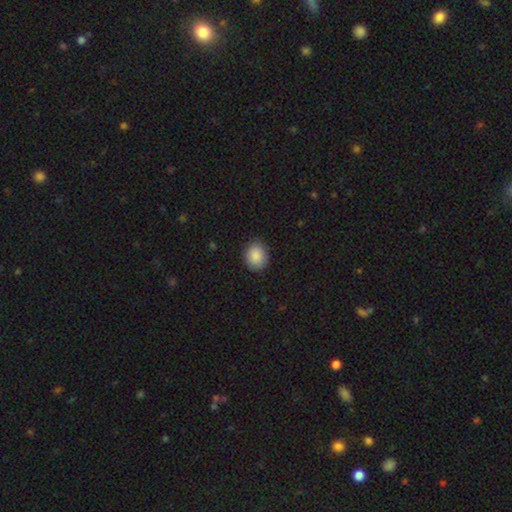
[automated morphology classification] Overall: smooth (89%). How rounded: round (62%; in between 38%). Merging: none (87%).